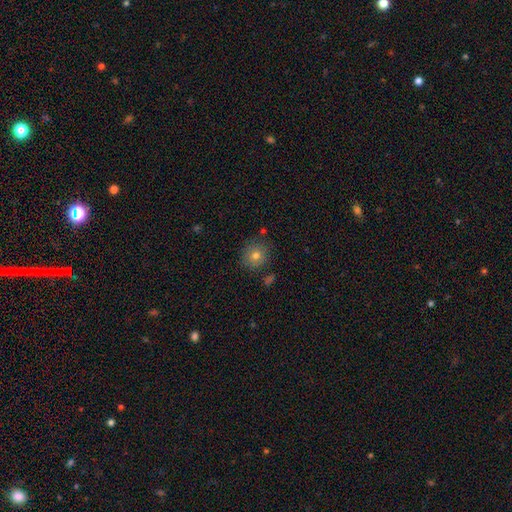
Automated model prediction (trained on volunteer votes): A smooth galaxy with no disk features (76%) that is round (88%). Merging: none (83%).